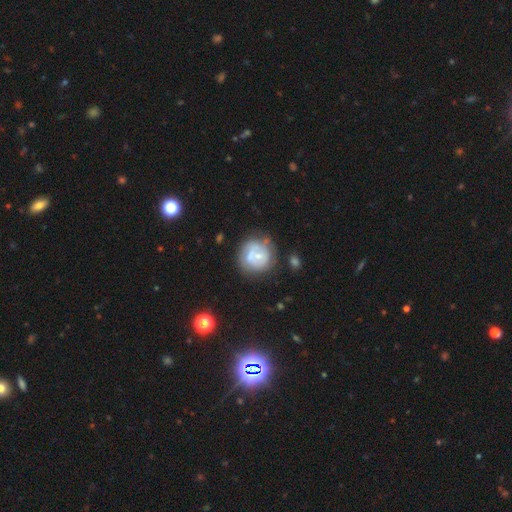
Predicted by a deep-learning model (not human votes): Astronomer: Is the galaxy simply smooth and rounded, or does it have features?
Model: featured or disk — 48% (runner-up: smooth, 44%).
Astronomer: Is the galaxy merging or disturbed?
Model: none — 54%.